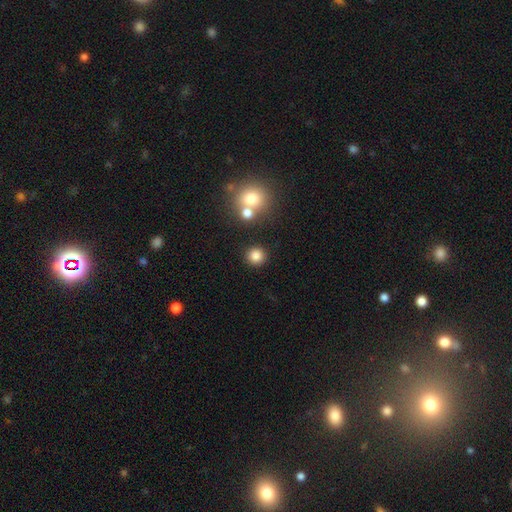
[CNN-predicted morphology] smooth_or_featured: smooth (p=0.83) [alt: star or artifact p=0.12]
how_rounded: round (p=0.93) [alt: in between p=0.06]
merging: none (p=0.86) [alt: minor disturbance p=0.06]